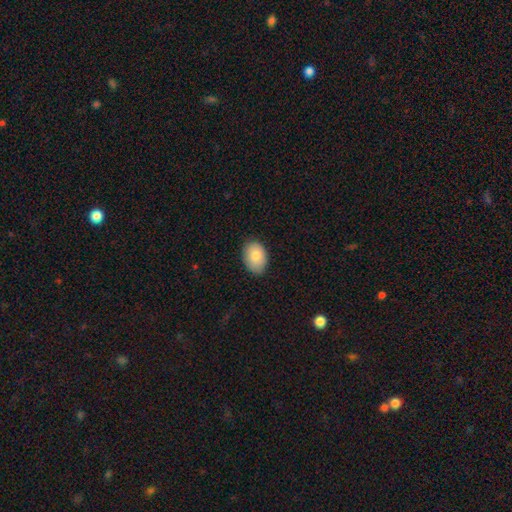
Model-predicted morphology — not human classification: This appears to be a smooth galaxy with no disk features (86%) that is in between round and cigar-shaped (85%). Merging: none (81%).